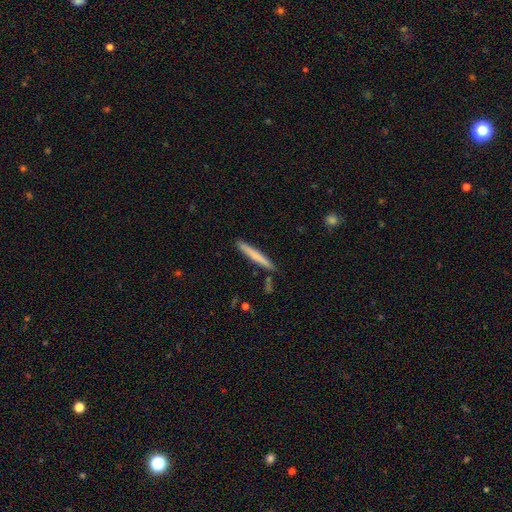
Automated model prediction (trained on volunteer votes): smooth_or_featured: smooth (p=0.71) [alt: featured or disk p=0.24]
how_rounded: cigar-shaped (p=0.96) [alt: in between p=0.02]
merging: none (p=0.88) [alt: minor disturbance p=0.08]